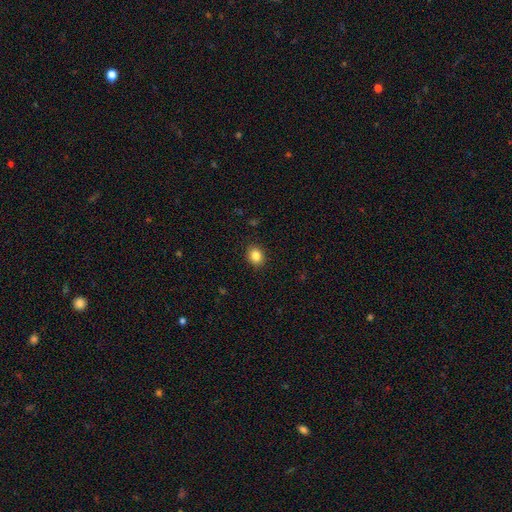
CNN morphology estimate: Smooth or featured? smooth (85%)
How rounded? round (59%)
Merging? none (90%)